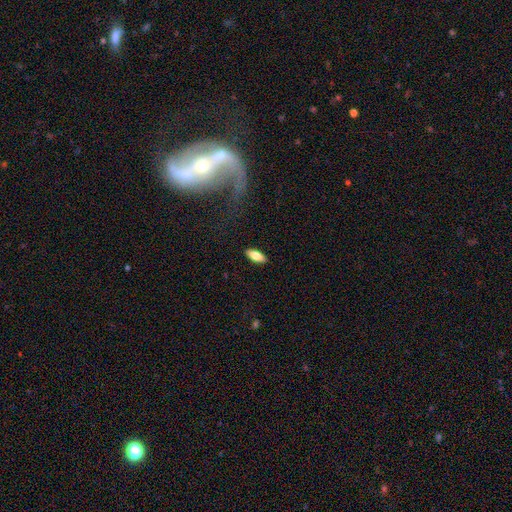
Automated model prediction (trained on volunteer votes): Smooth or featured? Predicted: smooth (p=0.77). How rounded? Predicted: in between (p=0.79). Merging? Predicted: none (p=0.89).